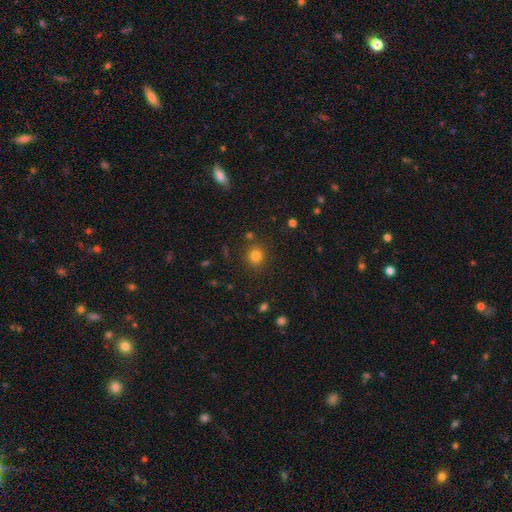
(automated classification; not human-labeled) A smooth galaxy with no disk features (79%) that is round (87%). Merging: none (85%).